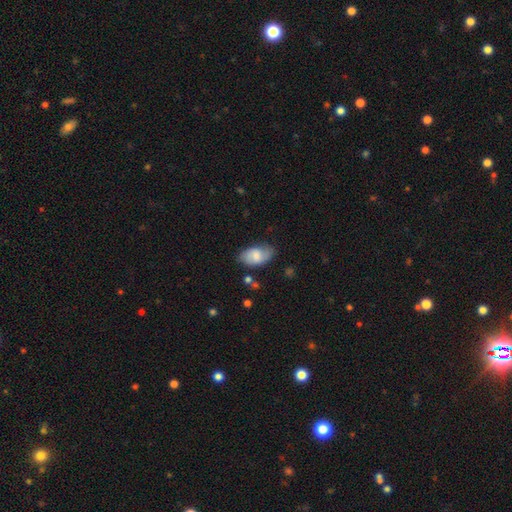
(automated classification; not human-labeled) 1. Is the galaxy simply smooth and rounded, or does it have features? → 70% smooth, 24% featured or disk, 7% star or artifact.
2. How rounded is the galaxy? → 94% in between, 5% round, 2% cigar-shaped.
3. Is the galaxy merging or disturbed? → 69% none, 23% minor disturbance, 5% major disturbance, 2% merger.